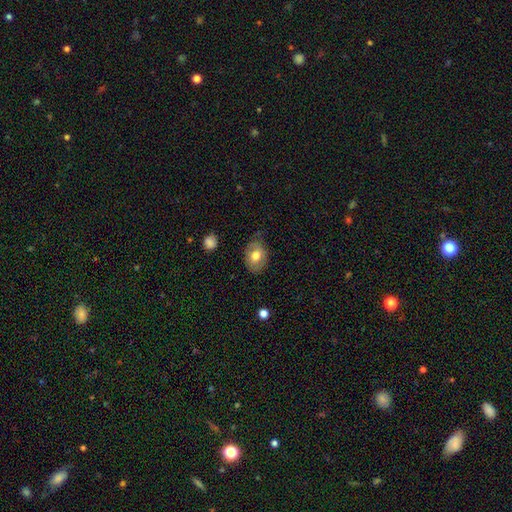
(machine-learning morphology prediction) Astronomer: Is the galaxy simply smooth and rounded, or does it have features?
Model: smooth — 67%.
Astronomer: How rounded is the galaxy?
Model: in between — 68%.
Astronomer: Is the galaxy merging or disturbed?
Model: none — 73%.